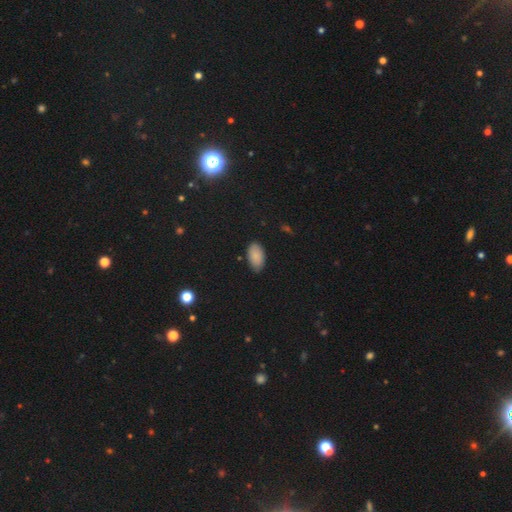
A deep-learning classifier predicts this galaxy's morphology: This appears to be a smooth galaxy with no disk features (87%) that is in between round and cigar-shaped (95%). Merging: none (80%).